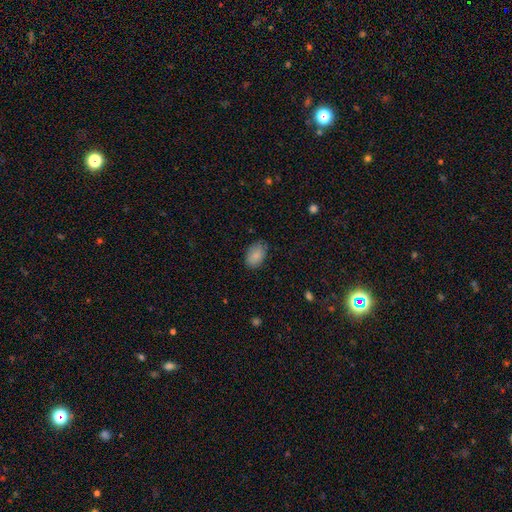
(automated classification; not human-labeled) The model was most divided on "merging": none: 78%, minor disturbance: 18%, major disturbance: 3%, merger: 1%. More confident: how rounded — in between (87%); smooth or featured — smooth (86%).